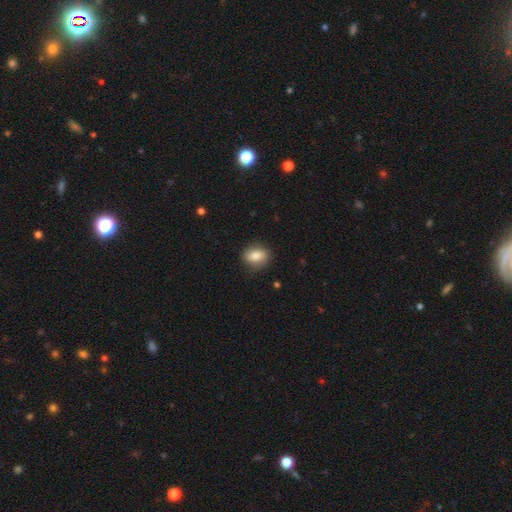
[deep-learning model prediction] Smooth or featured? Predicted: smooth (p=0.81). How rounded? Predicted: in between (p=0.67). Merging? Predicted: none (p=0.83).